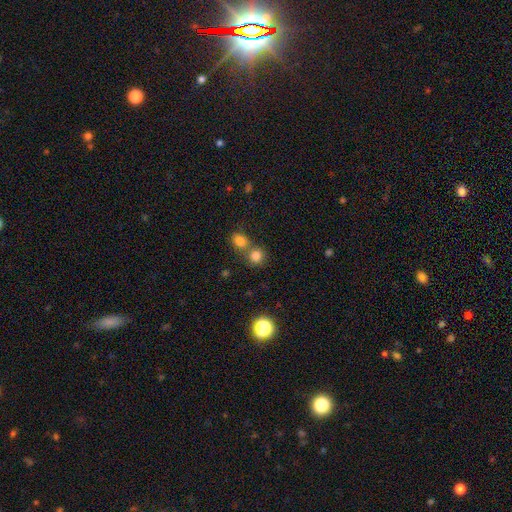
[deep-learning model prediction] Q: Smooth or featured?
A: smooth (79%); runner-up: star or artifact (15%)
Q: How rounded?
A: round (86%); runner-up: in between (13%)
Q: Merging?
A: none (56%); runner-up: merger (34%)